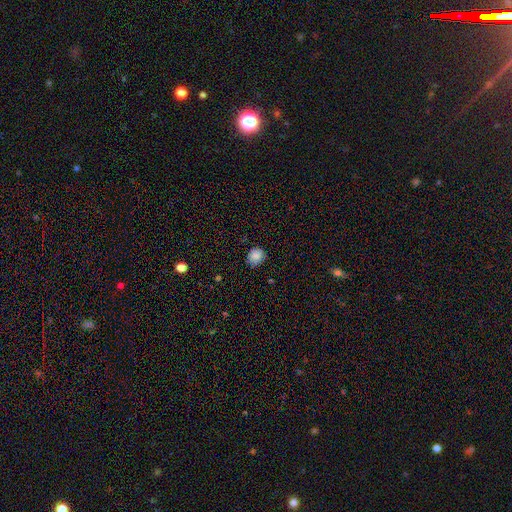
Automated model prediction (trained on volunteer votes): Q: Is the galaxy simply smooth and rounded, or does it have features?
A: smooth — 86%.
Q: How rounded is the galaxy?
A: round — 74%.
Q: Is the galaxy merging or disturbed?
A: none — 72%.